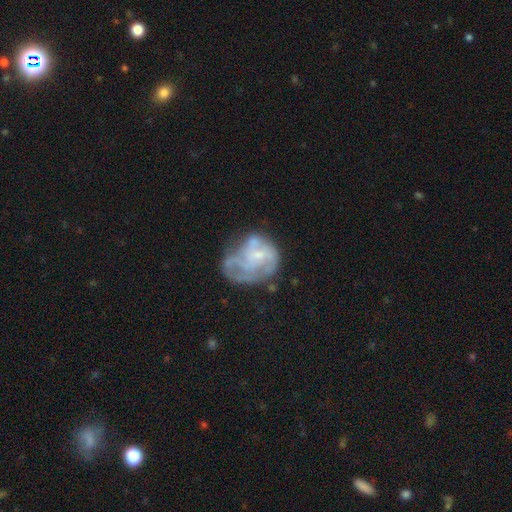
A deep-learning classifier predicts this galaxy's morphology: Smooth or featured?
  - featured or disk: 63% *
  - smooth: 28%
  - star or artifact: 9%
Edge-on disk?
  - no: 98% *
  - yes: 2%
Bar?
  - no: 75% *
  - weak: 21%
  - strong: 3%
Spiral arms?
  - no: 51% *
  - yes: 49%
Bulge size?
  - small: 54% *
  - none: 25%
  - moderate: 19%
  - large: 2%
  - dominant: 1%
Merging?
  - none: 37% *
  - major disturbance: 31%
  - minor disturbance: 25%
  - merger: 6%